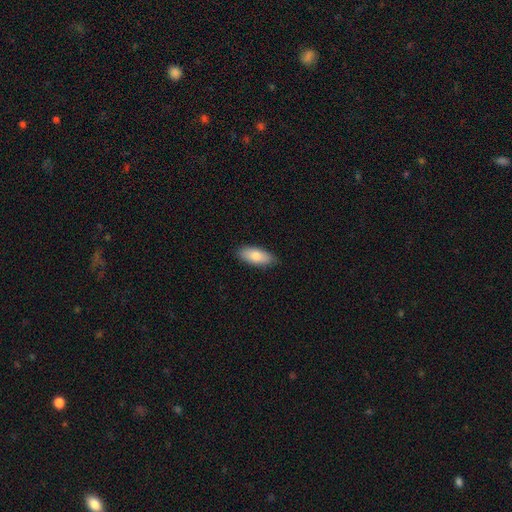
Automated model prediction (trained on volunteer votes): A smooth galaxy with no disk features (82%) that is in between round and cigar-shaped (84%).

Vote fractions:
- Smooth or featured? smooth: 82% / featured or disk: 12% / star or artifact: 6%
- How rounded? in between: 84% / cigar-shaped: 14% / round: 2%
- Merging? none: 87% / minor disturbance: 11% / major disturbance: 2% / merger: 1%